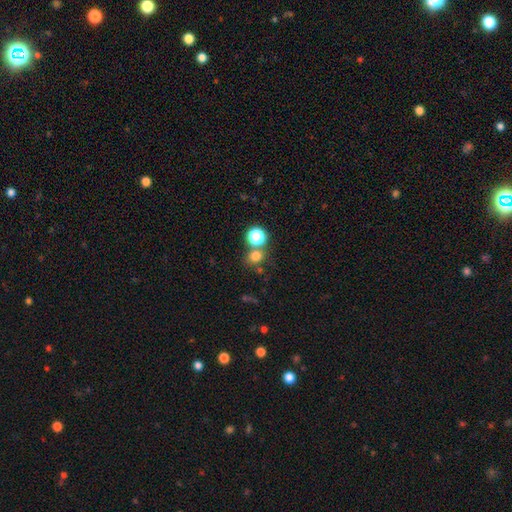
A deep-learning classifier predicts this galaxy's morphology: This appears to be a smooth galaxy with no disk features (74%) that is round (80%). Merging: none (61%).